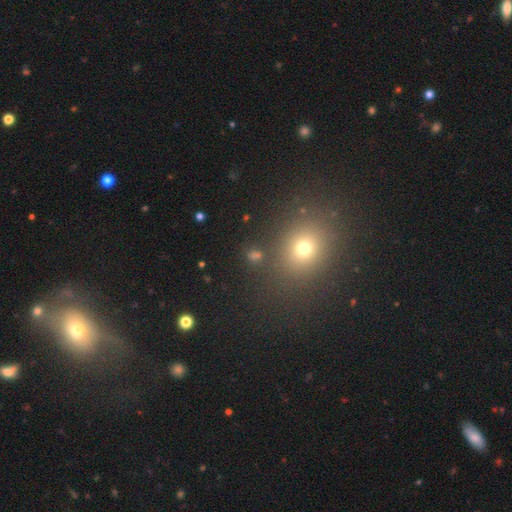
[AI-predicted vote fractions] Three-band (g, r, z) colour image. It shows a smooth galaxy with no disk features (59%) that is round (70%). Merging: none (83%).